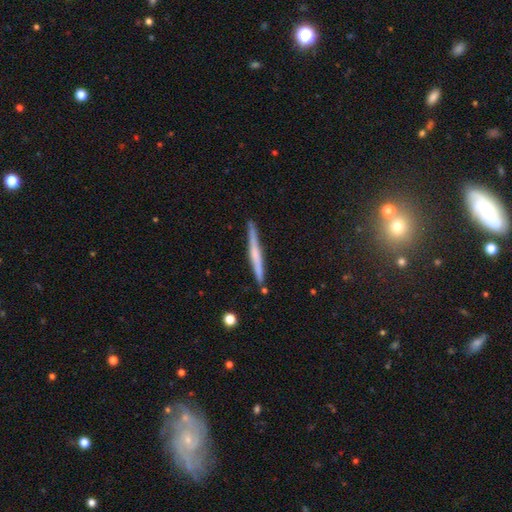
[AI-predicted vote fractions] This appears to be a featured or disk galaxy (51%) viewed edge-on (96%). Merging: none (85%).